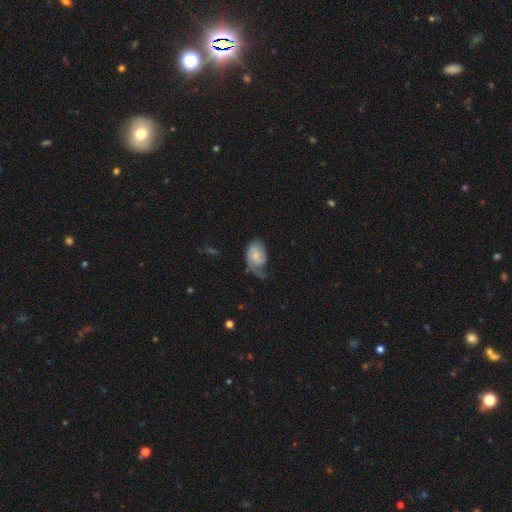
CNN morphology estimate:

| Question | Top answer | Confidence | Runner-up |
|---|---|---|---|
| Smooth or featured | featured or disk | 64% | smooth (30%) |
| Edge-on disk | no | 97% | yes (3%) |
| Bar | no | 62% | weak (33%) |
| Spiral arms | yes | 91% | no (9%) |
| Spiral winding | tight | 41% | medium (36%) |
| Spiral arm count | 1 | 52% | 2 (32%) |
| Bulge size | small | 52% | moderate (31%) |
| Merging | none | 38% | minor disturbance (31%) |